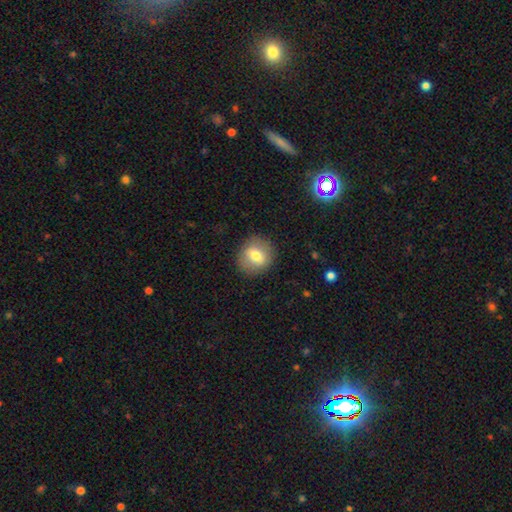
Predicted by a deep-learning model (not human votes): smooth_or_featured: smooth (p=0.66) [alt: featured or disk p=0.26]
how_rounded: round (p=0.81) [alt: in between p=0.18]
merging: none (p=0.86) [alt: minor disturbance p=0.09]